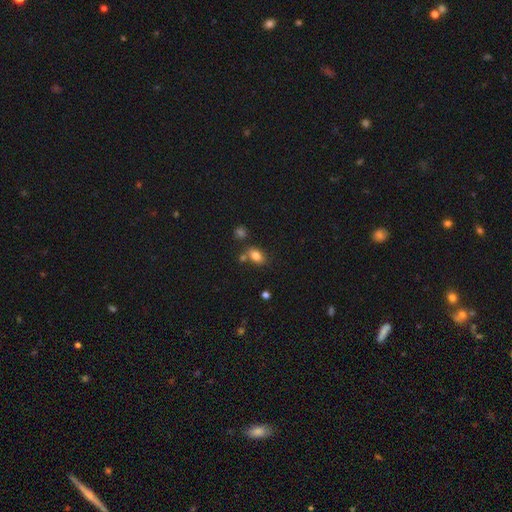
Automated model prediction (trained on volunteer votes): A smooth galaxy with no disk features (81%) that is in between round and cigar-shaped (83%). Merging: none (67%).